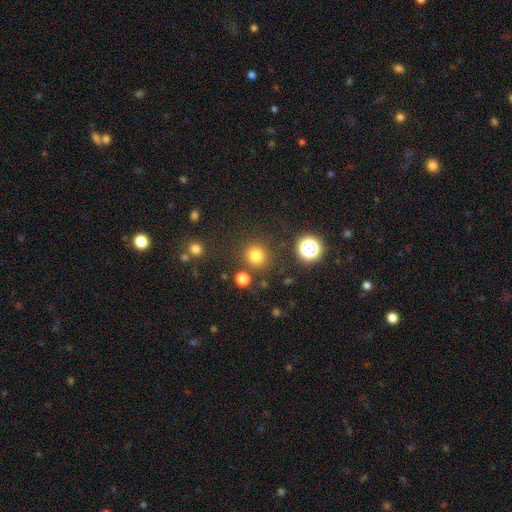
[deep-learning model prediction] Smooth or featured? Predicted: smooth (p=0.78). How rounded? Predicted: round (p=0.92). Merging? Predicted: none (p=0.85).